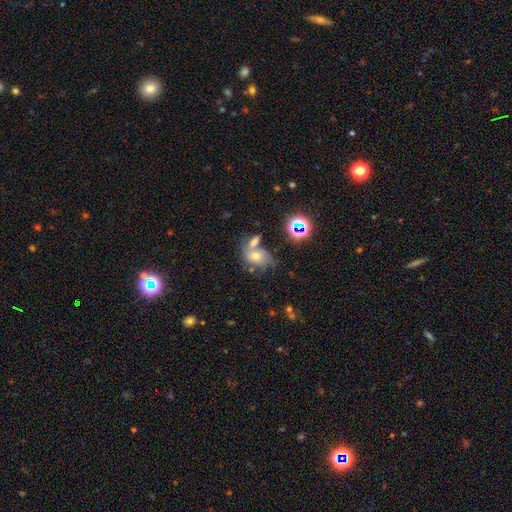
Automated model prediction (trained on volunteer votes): Smooth or featured? Predicted: smooth (p=0.61). How rounded? Predicted: in between (p=0.75). Merging? Predicted: merger (p=0.45).